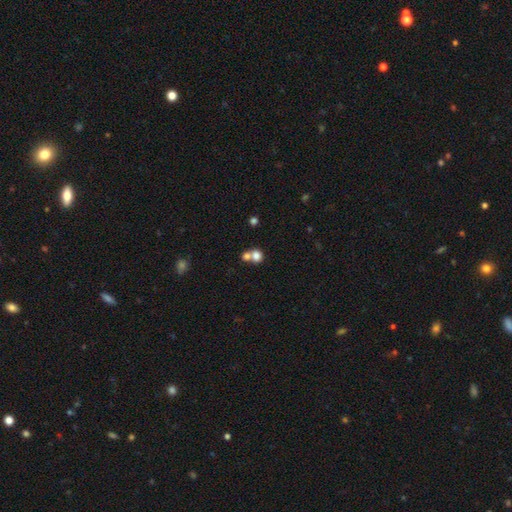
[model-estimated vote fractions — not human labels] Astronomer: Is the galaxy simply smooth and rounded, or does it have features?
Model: smooth — 77%.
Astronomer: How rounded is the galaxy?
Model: round — 73%.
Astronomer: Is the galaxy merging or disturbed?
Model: merger — 57% (runner-up: none, 33%).